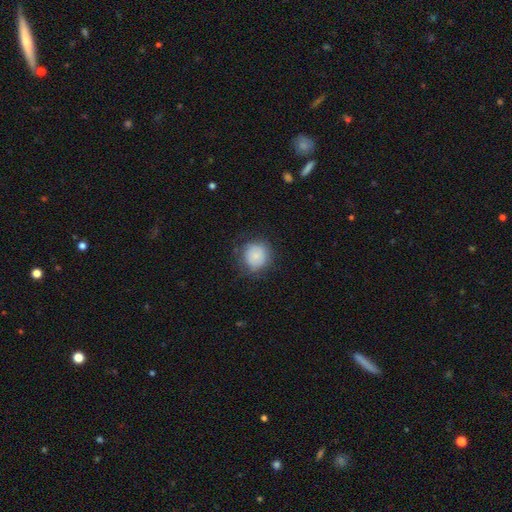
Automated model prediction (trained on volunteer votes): Smooth or featured?
  - smooth: 78% *
  - featured or disk: 14%
  - star or artifact: 8%
How rounded?
  - round: 90% *
  - in between: 9%
  - cigar-shaped: 1%
Merging?
  - none: 74% *
  - minor disturbance: 17%
  - major disturbance: 7%
  - merger: 1%